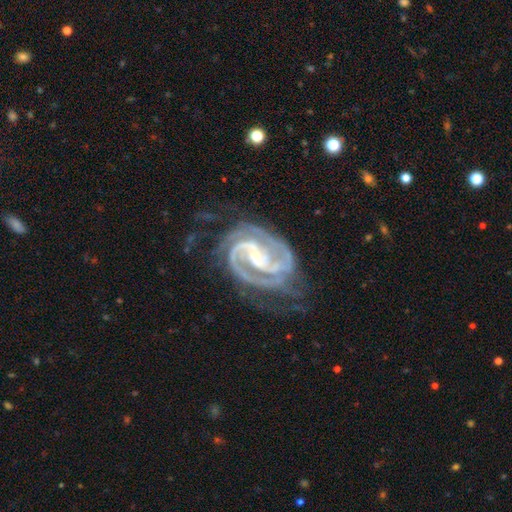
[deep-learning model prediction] Morphology: type=featured or disk (93%); edge-on=no (98%); bar=weak (39%); spiral arms=yes (99%); winding=tight (50%); arm count=2 (75%); bulge=small (71%); merging=none (56%).